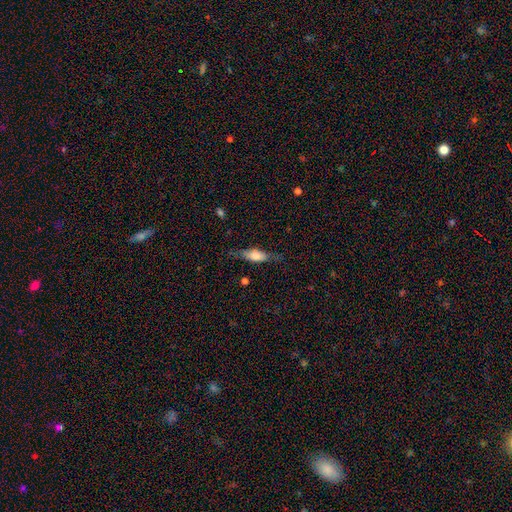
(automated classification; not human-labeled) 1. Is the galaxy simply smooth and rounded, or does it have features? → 61% smooth, 33% featured or disk, 7% star or artifact.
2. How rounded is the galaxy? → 58% in between, 39% cigar-shaped, 3% round.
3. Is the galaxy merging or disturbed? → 69% none, 22% minor disturbance, 7% major disturbance, 2% merger.